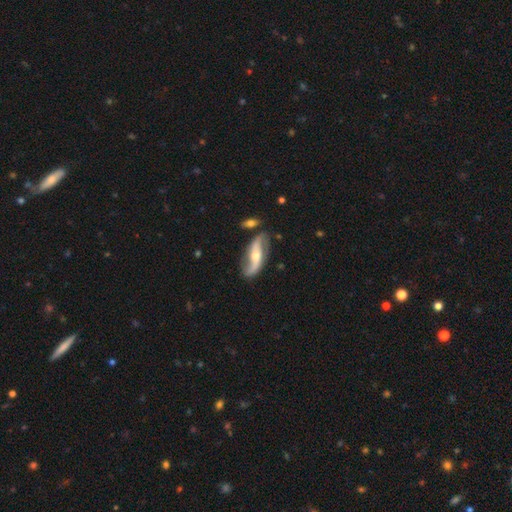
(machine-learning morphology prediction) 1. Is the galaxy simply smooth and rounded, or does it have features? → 84% featured or disk, 11% smooth, 5% star or artifact.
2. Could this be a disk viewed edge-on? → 88% no, 12% yes.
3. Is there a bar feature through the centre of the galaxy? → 39% no, 33% strong, 28% weak.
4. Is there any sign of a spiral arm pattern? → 93% yes, 7% no.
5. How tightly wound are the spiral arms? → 71% loose, 20% medium, 9% tight.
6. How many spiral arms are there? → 92% 2, 3% can't tell, 2% 1, 1% 3, 1% 4, 1% more than 4.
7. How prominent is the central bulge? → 58% moderate, 36% small, 3% large, 1% none, 1% dominant.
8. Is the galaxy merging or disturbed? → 76% none, 15% minor disturbance, 5% merger, 5% major disturbance.